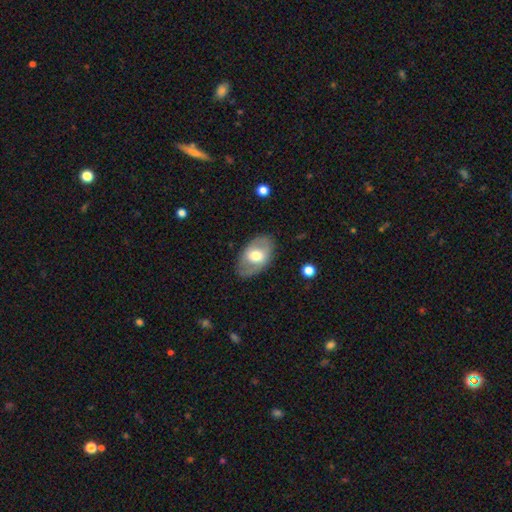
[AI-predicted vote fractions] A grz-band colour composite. It shows a smooth galaxy with no disk features (51%) that is in between round and cigar-shaped (88%). Merging: none (80%).